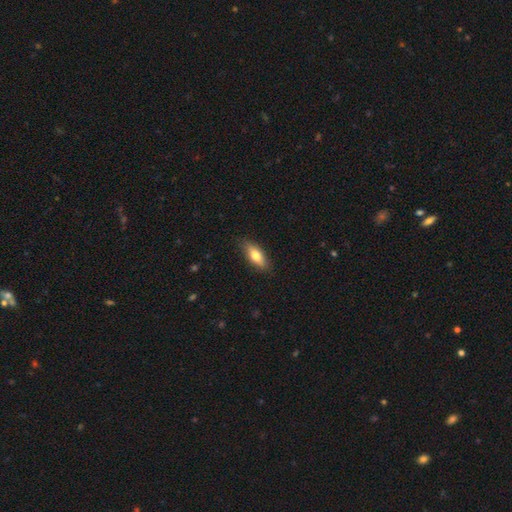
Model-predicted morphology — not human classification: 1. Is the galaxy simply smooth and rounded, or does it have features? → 75% smooth, 19% featured or disk, 6% star or artifact.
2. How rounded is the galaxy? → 74% in between, 24% cigar-shaped, 3% round.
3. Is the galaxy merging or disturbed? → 84% none, 13% minor disturbance, 2% major disturbance, 1% merger.